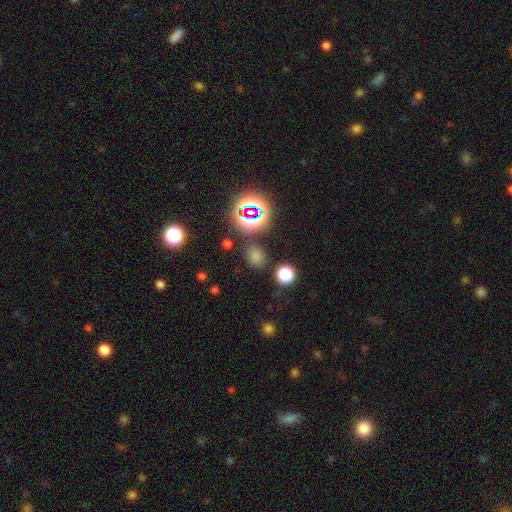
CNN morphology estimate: Smooth or featured?
  - smooth: 62% *
  - star or artifact: 32%
  - featured or disk: 6%
How rounded?
  - round: 72% *
  - in between: 27%
  - cigar-shaped: 1%
Merging?
  - none: 79% *
  - minor disturbance: 11%
  - merger: 6%
  - major disturbance: 4%